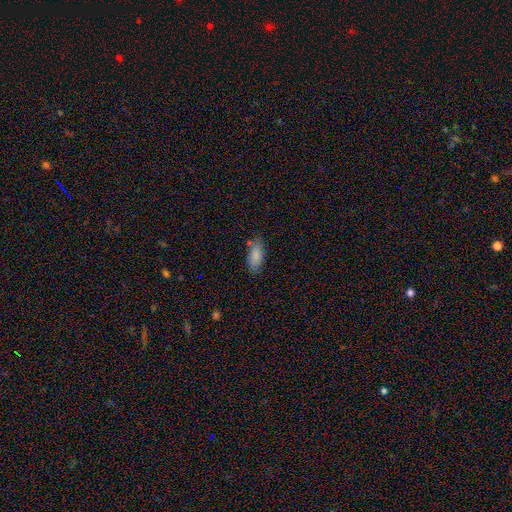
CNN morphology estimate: Q: Smooth or featured?
A: smooth (85%); runner-up: featured or disk (8%)
Q: How rounded?
A: in between (84%); runner-up: cigar-shaped (14%)
Q: Merging?
A: none (78%); runner-up: minor disturbance (15%)